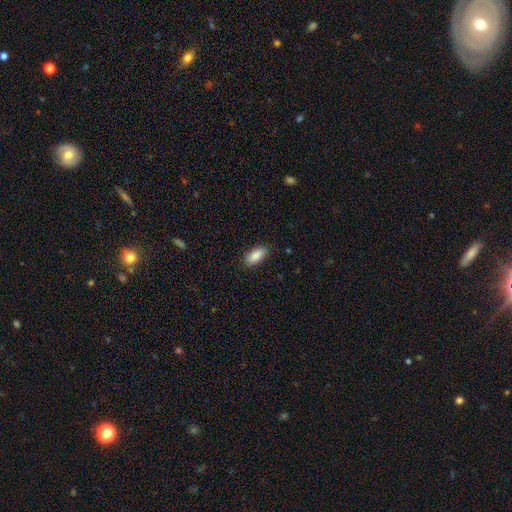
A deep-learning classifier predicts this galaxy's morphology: Q: Smooth or featured?
A: smooth (89%); runner-up: star or artifact (6%)
Q: How rounded?
A: in between (92%); runner-up: cigar-shaped (6%)
Q: Merging?
A: none (87%); runner-up: minor disturbance (9%)